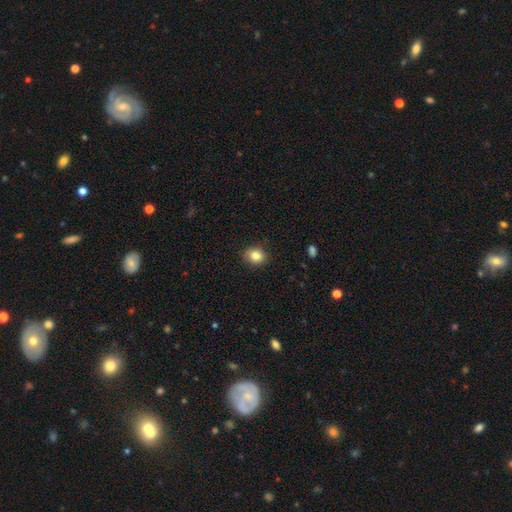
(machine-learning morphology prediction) This is clearly a smooth galaxy (83%). How rounded: likely round (71%). Merging: clearly none (86%).